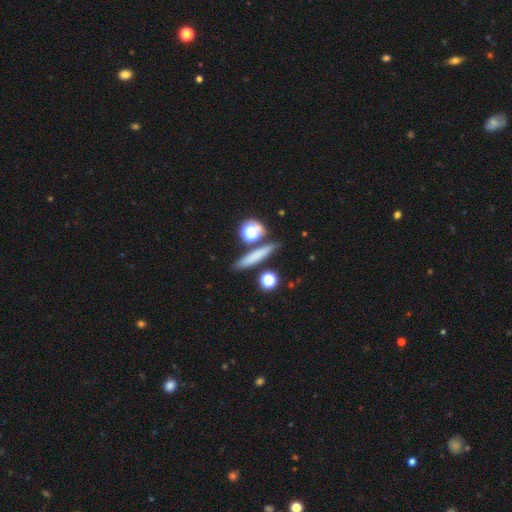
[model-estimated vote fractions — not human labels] Smooth or featured?
  - smooth: 71% *
  - featured or disk: 18%
  - star or artifact: 11%
How rounded?
  - cigar-shaped: 75% *
  - in between: 13%
  - round: 11%
Merging?
  - none: 81% *
  - minor disturbance: 9%
  - merger: 7%
  - major disturbance: 3%